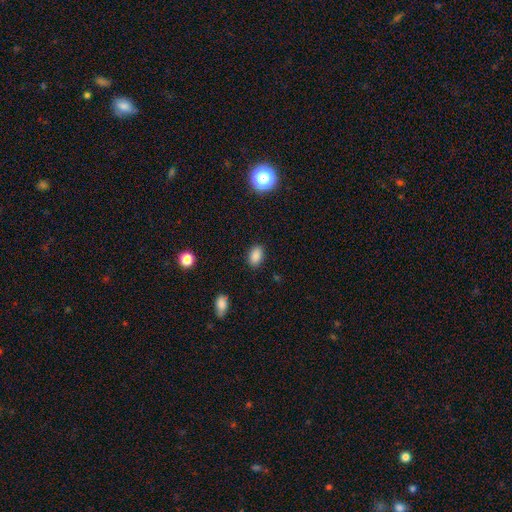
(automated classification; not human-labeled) Morphology: type=smooth (86%); roundness=in between (87%); merging=none (86%).